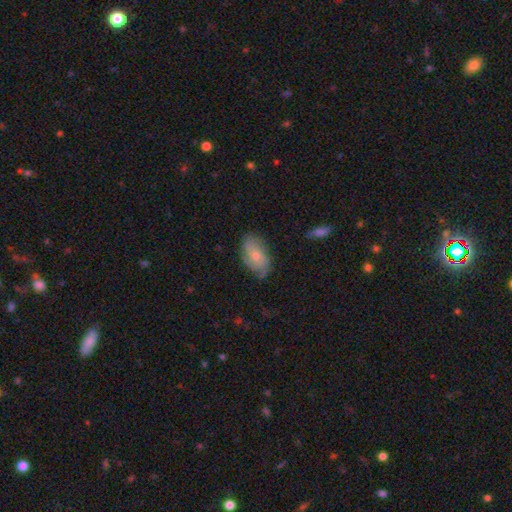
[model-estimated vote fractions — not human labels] Q: Smooth or featured?
A: smooth (53%); runner-up: featured or disk (40%)
Q: How rounded?
A: in between (92%); runner-up: round (6%)
Q: Merging?
A: none (66%); runner-up: minor disturbance (26%)